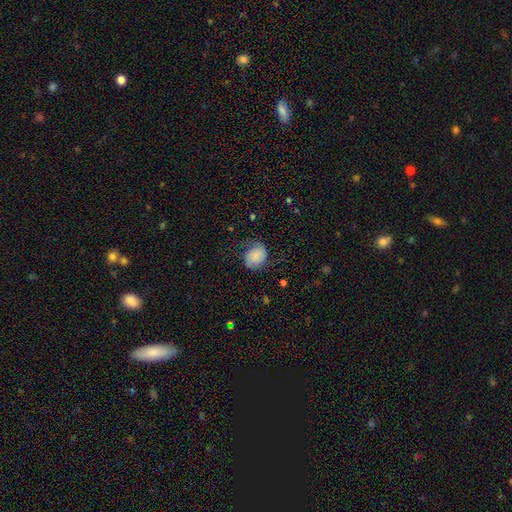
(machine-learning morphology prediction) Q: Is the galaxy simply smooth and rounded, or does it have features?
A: smooth — 73%.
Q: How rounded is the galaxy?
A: round — 50%.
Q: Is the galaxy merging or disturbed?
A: none — 56%.